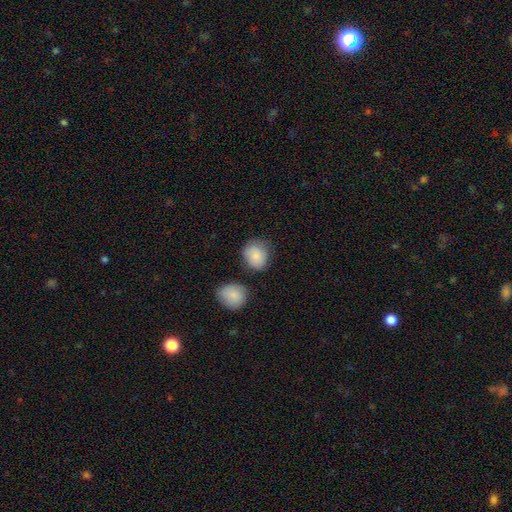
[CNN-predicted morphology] This appears to be a smooth galaxy with no disk features (85%) that is round (64%). Merging: none (69%).